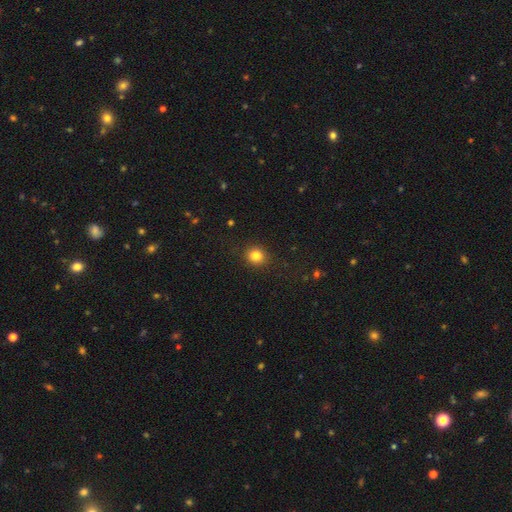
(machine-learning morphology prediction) smooth 83%, star or artifact 12%, featured or disk 5%. Down the decision tree: how rounded — round (84%); merging — none (89%).